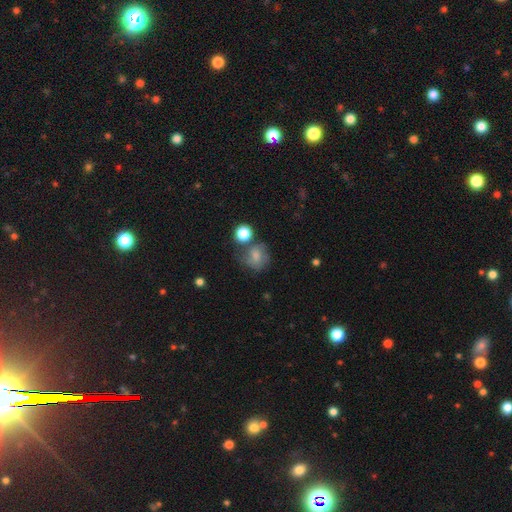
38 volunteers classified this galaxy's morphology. A smooth galaxy with no disk features (79%) that is round (77%). Merging: none (46%).